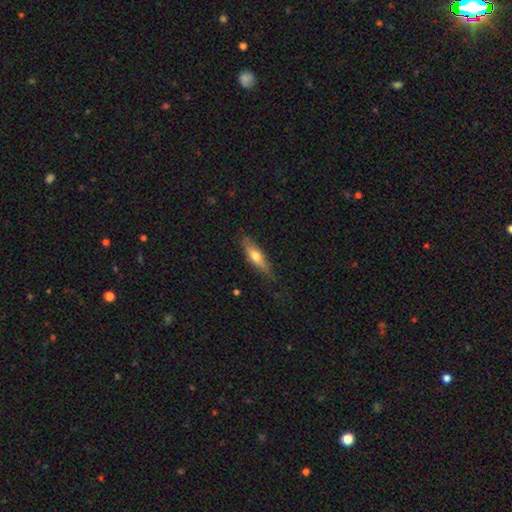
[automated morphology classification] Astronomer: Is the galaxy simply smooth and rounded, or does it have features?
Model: smooth — 57% (runner-up: featured or disk, 37%).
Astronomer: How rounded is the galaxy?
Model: cigar-shaped — 60% (runner-up: in between, 38%).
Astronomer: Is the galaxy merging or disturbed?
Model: none — 76%.